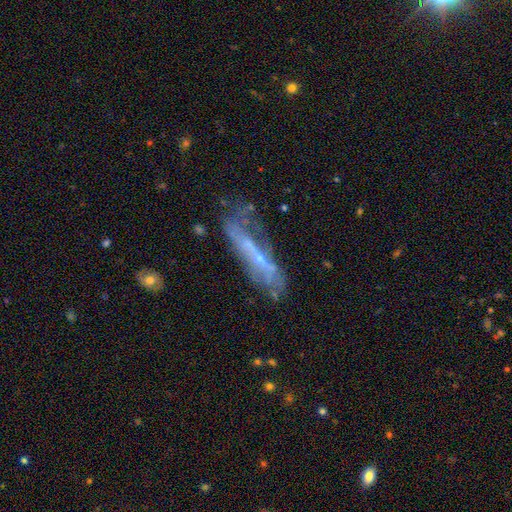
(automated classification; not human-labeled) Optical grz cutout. It shows a featured or disk galaxy (68%). Merging: none (57%).